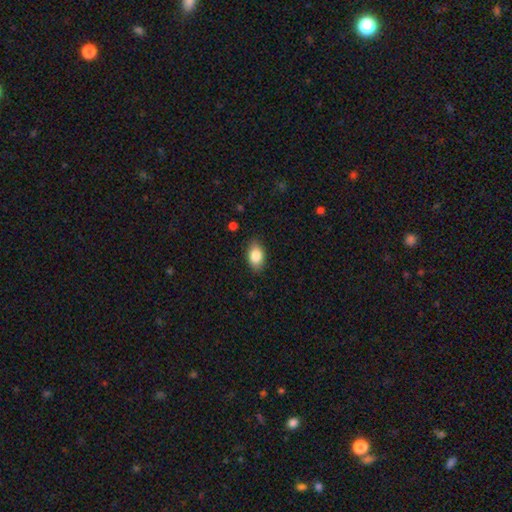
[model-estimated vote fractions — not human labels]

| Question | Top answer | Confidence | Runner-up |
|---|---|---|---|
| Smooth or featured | smooth | 84% | featured or disk (8%) |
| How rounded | in between | 87% | round (11%) |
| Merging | none | 85% | minor disturbance (11%) |